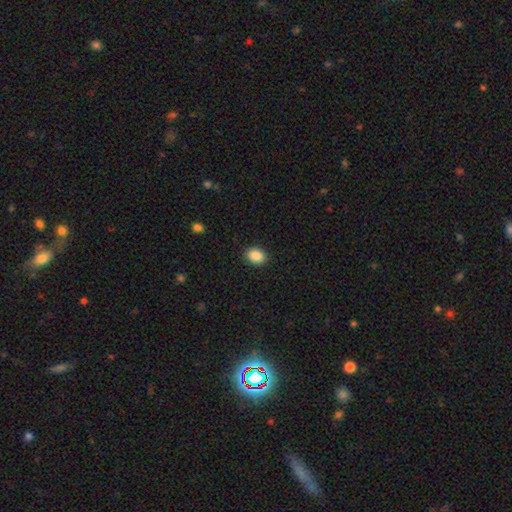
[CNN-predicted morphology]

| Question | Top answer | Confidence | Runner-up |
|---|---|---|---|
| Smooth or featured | smooth | 88% | star or artifact (9%) |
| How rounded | in between | 59% | round (40%) |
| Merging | none | 90% | minor disturbance (7%) |